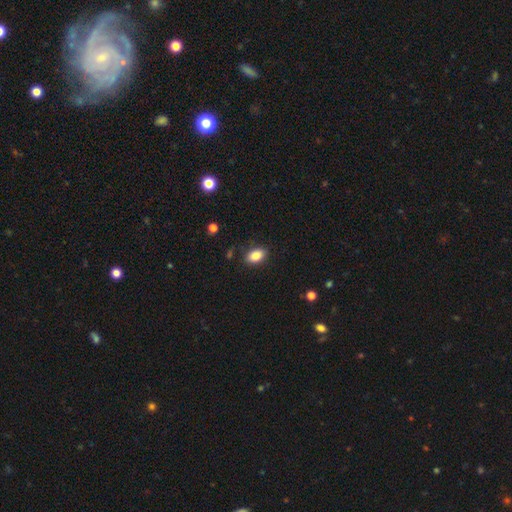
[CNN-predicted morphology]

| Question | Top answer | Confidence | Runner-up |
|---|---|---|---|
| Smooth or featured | smooth | 86% | star or artifact (8%) |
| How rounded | in between | 89% | round (9%) |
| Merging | none | 85% | minor disturbance (11%) |